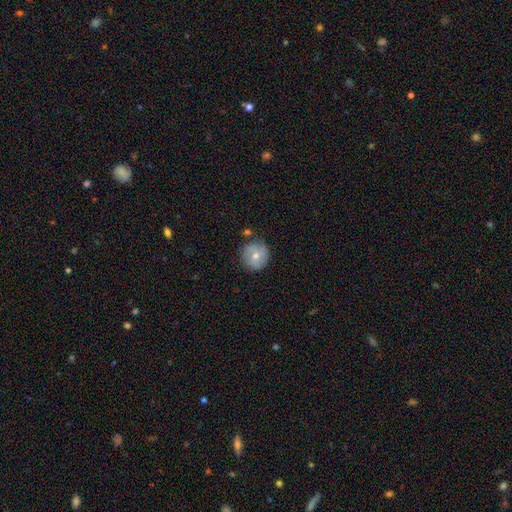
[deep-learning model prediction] Morphology: type=featured or disk (48%); merging=none (78%).